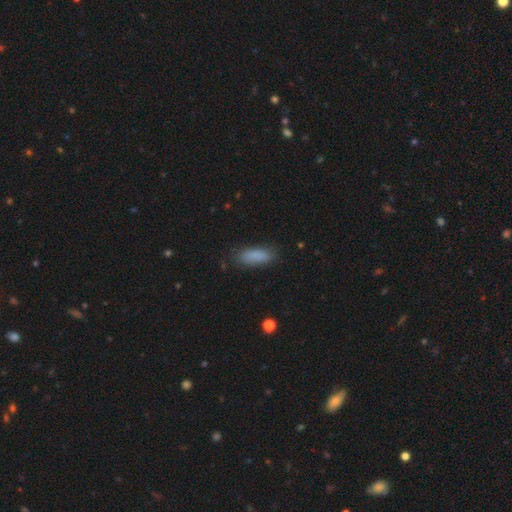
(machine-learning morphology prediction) smooth-or-featured: smooth: 87% | star or artifact: 8% | featured or disk: 5%
  how-rounded: in between: 67% | cigar-shaped: 31% | round: 2%
  merging: none: 81% | minor disturbance: 14% | major disturbance: 3% | merger: 1%